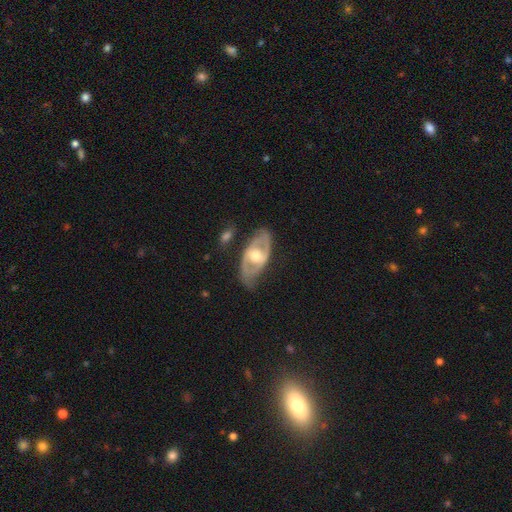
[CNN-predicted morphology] type=featured or disk (74%); edge-on=no (89%); bar=no (57%); spiral arms=yes (60%); bulge=moderate (74%); merging=none (67%).